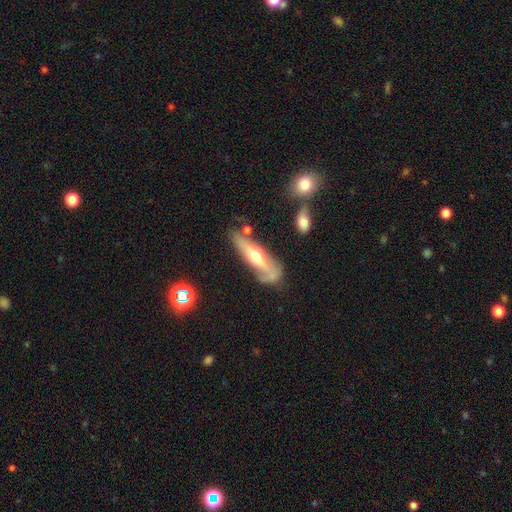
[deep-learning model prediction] The model was most divided on "smooth or featured": featured or disk: 60%, smooth: 35%, star or artifact: 6%. More confident: edge-on disk — yes (74%); merging — none (60%).